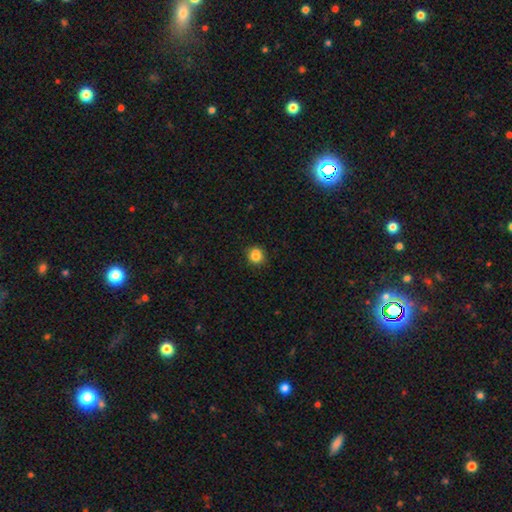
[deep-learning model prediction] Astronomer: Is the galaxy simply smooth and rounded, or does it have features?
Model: smooth — 82%.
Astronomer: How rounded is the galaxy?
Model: round — 83%.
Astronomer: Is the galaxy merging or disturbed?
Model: none — 74%.